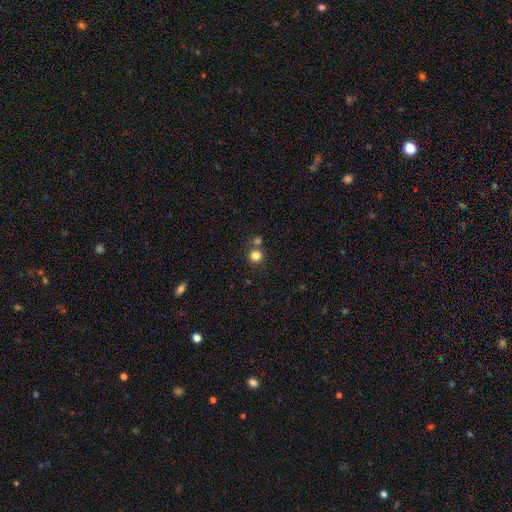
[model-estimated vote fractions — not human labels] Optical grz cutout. It shows a smooth galaxy with no disk features (81%) that is round (91%). Merging: none (68%).